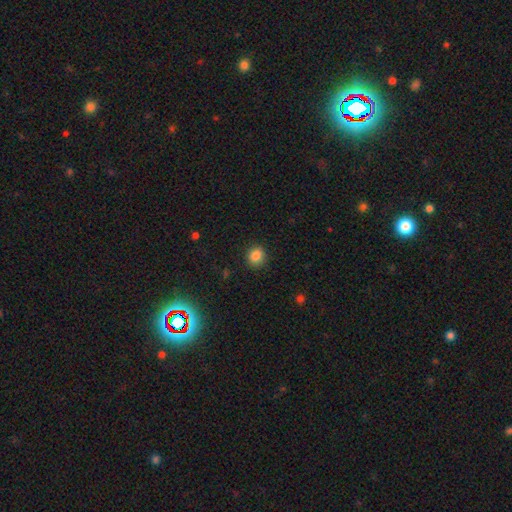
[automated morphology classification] This is clearly a smooth galaxy (85%). How rounded: clearly round (83%). Merging: clearly none (90%).